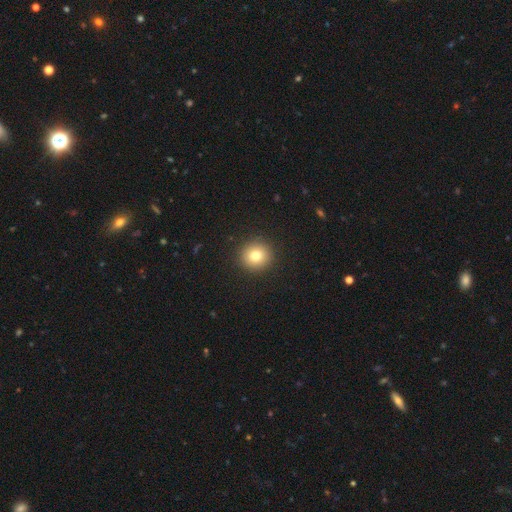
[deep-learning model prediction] smooth_or_featured: smooth (p=0.79) [alt: star or artifact p=0.12]
how_rounded: round (p=0.93) [alt: in between p=0.06]
merging: none (p=0.92) [alt: minor disturbance p=0.05]